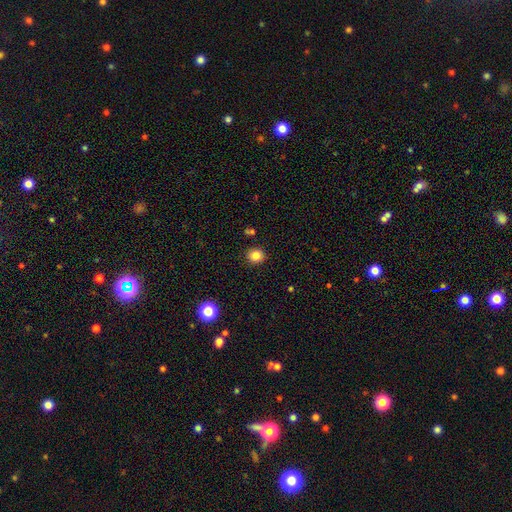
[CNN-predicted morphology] smooth_or_featured: smooth (p=0.83) [alt: star or artifact p=0.12]
how_rounded: round (p=0.83) [alt: in between p=0.16]
merging: none (p=0.90) [alt: minor disturbance p=0.06]